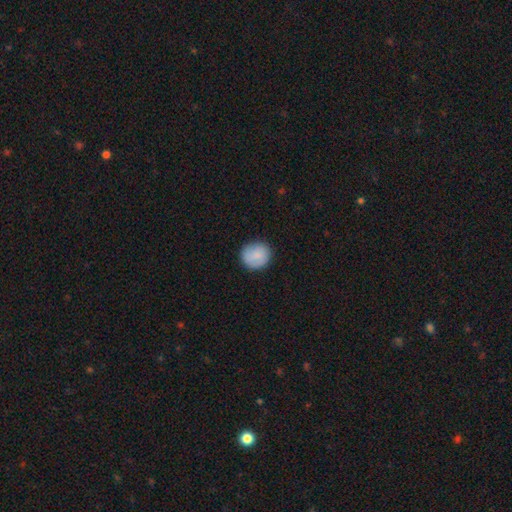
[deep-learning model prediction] smooth_or_featured: smooth (p=0.87) [alt: star or artifact p=0.07]
how_rounded: round (p=0.91) [alt: in between p=0.08]
merging: none (p=0.86) [alt: minor disturbance p=0.10]